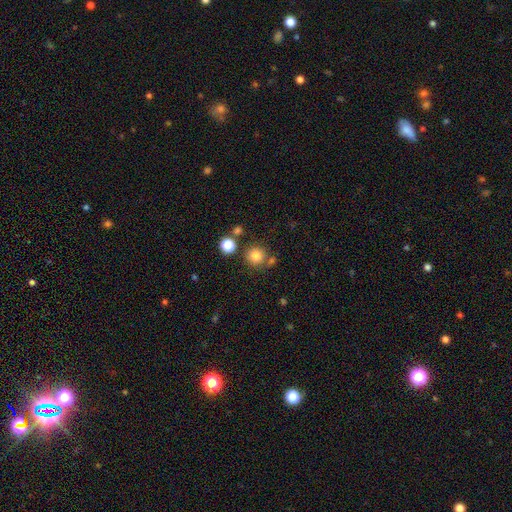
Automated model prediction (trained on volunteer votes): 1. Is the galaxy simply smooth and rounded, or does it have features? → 82% smooth, 12% star or artifact, 6% featured or disk.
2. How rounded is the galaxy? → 93% round, 6% in between, 1% cigar-shaped.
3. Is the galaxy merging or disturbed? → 77% none, 11% merger, 9% minor disturbance, 3% major disturbance.